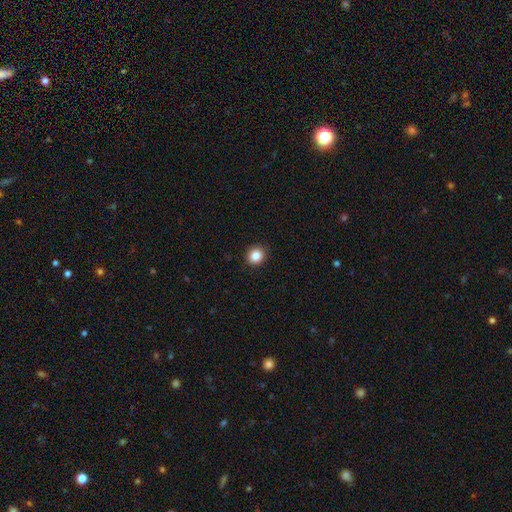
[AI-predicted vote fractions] Smooth or featured: smooth — 86% (star or artifact — 10%)
How rounded: round — 87% (in between — 12%)
Merging: none — 92% (minor disturbance — 6%)